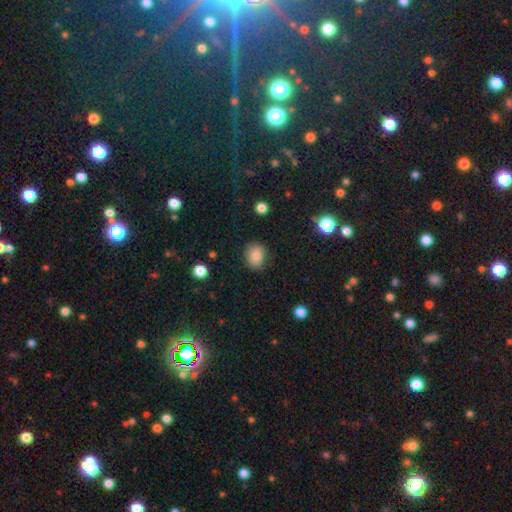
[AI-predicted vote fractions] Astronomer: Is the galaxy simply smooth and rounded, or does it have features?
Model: smooth — 82%.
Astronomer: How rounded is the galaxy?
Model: round — 54% (runner-up: in between, 45%).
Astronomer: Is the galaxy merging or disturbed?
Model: none — 81%.